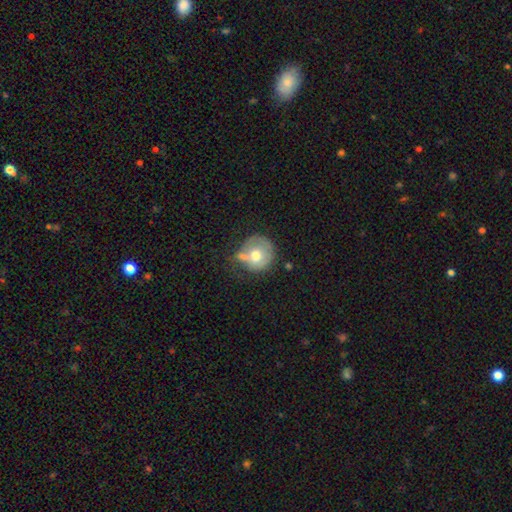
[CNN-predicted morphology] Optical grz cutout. It shows a smooth galaxy with no disk features (60%) that is round (85%). Merging: none (40%).